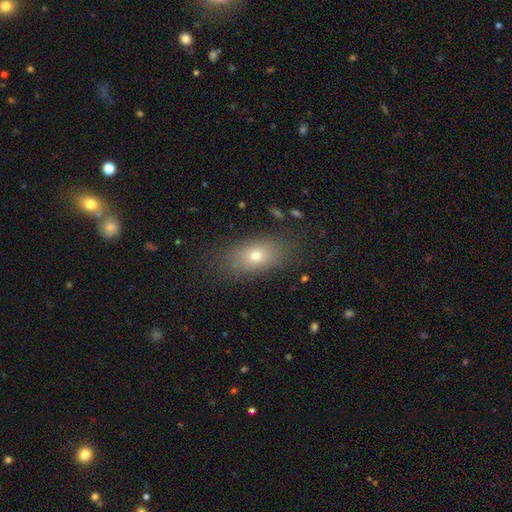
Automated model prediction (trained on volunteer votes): smooth 69%, featured or disk 17%, star or artifact 14%. Down the decision tree: how rounded — in between (80%); merging — none (82%).